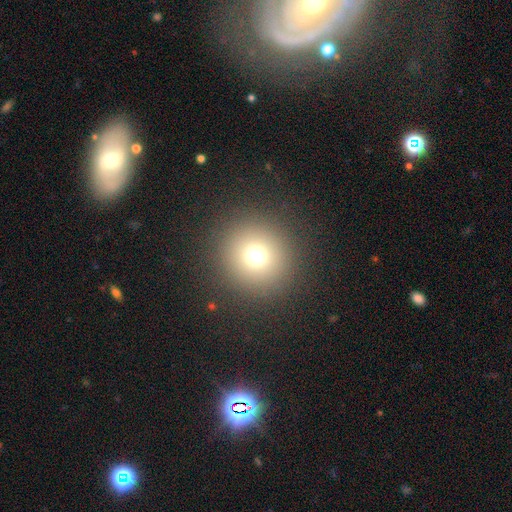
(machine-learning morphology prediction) This is likely a smooth galaxy (71%). How rounded: clearly round (95%). Merging: clearly none (91%).